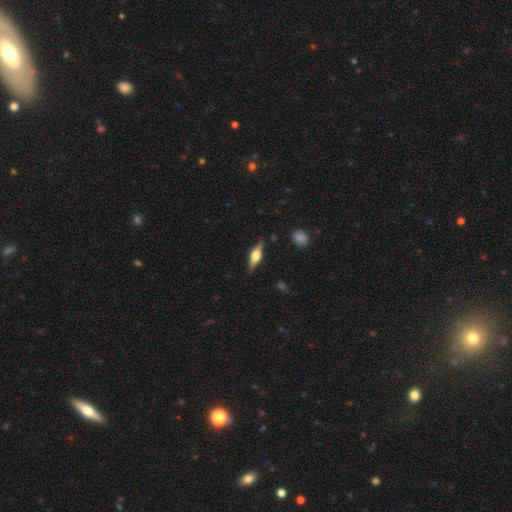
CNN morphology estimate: Smooth or featured? featured or disk (59%)
Edge-on disk? yes (95%)
Edge-on bulge? rounded (89%)
Merging? none (85%)